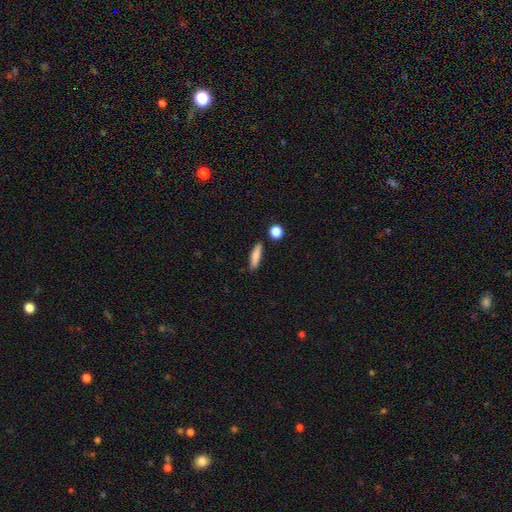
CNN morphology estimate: Smooth or featured: smooth — 84% (featured or disk — 9%)
How rounded: cigar-shaped — 71% (in between — 26%)
Merging: none — 85% (minor disturbance — 9%)